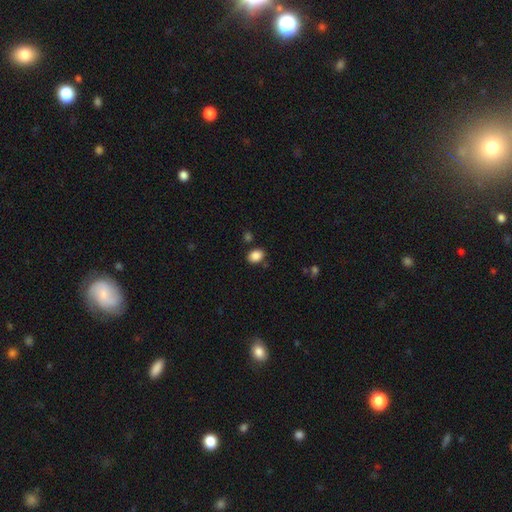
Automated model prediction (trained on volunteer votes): smooth_or_featured: smooth (p=0.87) [alt: star or artifact p=0.09]
how_rounded: in between (p=0.65) [alt: round p=0.34]
merging: none (p=0.82) [alt: minor disturbance p=0.11]